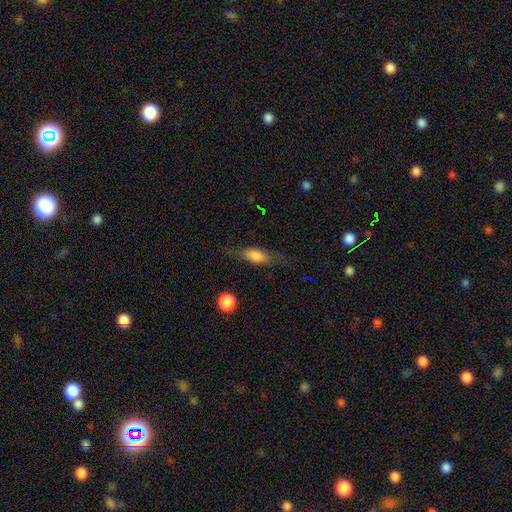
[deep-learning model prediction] smooth_or_featured: smooth (p=0.67) [alt: featured or disk p=0.25]
how_rounded: in between (p=0.65) [alt: cigar-shaped p=0.29]
merging: none (p=0.67) [alt: minor disturbance p=0.21]